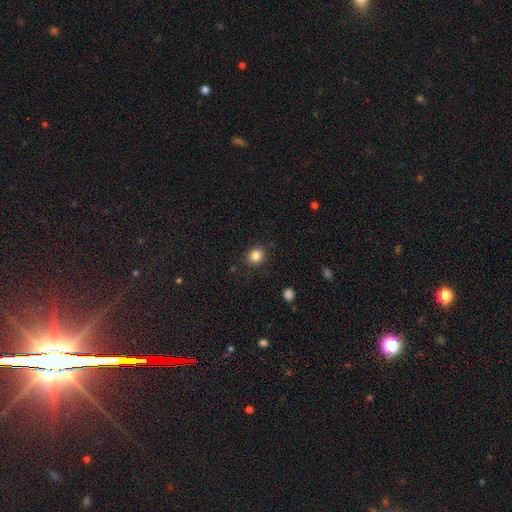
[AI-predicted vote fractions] This appears to be a smooth galaxy with no disk features (84%) that is round (79%). Merging: none (89%).